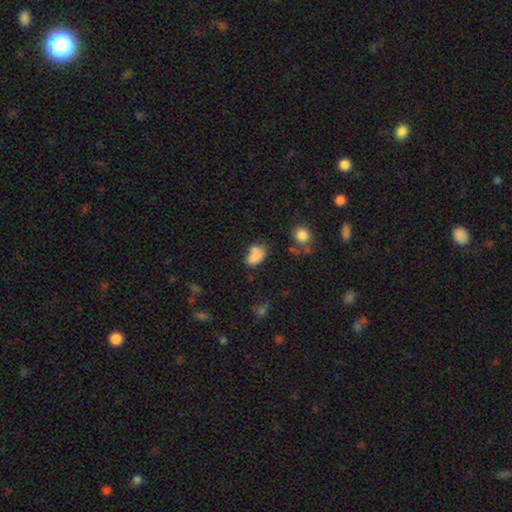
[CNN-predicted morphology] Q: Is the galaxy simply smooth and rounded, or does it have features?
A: smooth — 77%.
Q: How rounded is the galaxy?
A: in between — 85%.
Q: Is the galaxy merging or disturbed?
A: none — 39%.